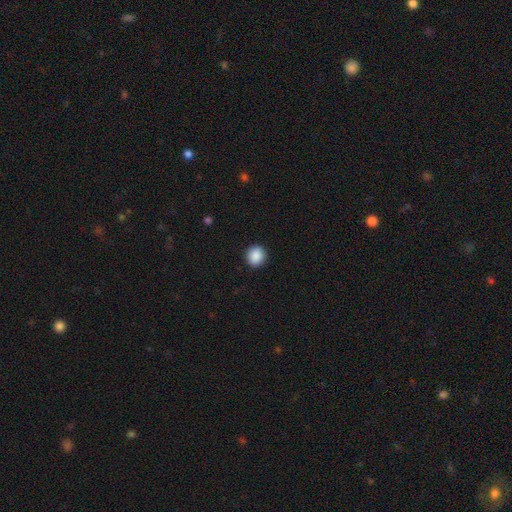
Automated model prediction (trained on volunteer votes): smooth_or_featured: smooth (p=0.89) [alt: star or artifact p=0.08]
how_rounded: round (p=0.88) [alt: in between p=0.11]
merging: none (p=0.92) [alt: minor disturbance p=0.05]